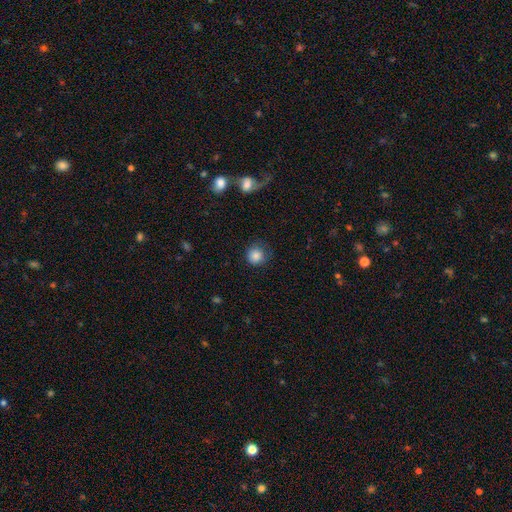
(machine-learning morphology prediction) A smooth galaxy with no disk features (86%) that is round (91%).

Vote fractions:
- Smooth or featured? smooth: 86% / star or artifact: 9% / featured or disk: 6%
- How rounded? round: 91% / in between: 8% / cigar-shaped: 1%
- Merging? none: 73% / minor disturbance: 17% / major disturbance: 7% / merger: 2%